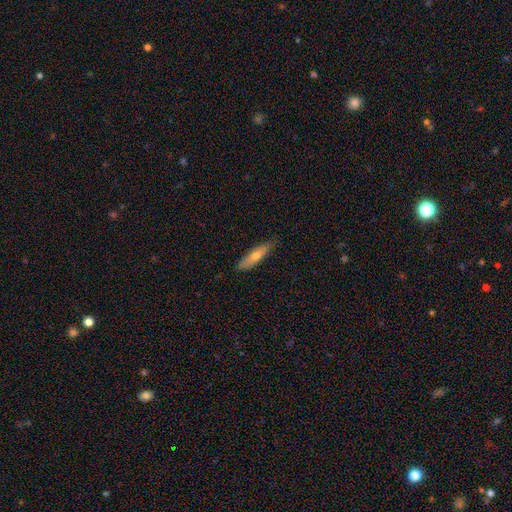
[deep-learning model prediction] A smooth galaxy with no disk features (57%) that is cigar-shaped (77%).

Vote fractions:
- Smooth or featured? smooth: 57% / featured or disk: 37% / star or artifact: 6%
- How rounded? cigar-shaped: 77% / in between: 21% / round: 2%
- Merging? none: 85% / minor disturbance: 12% / major disturbance: 2% / merger: 1%